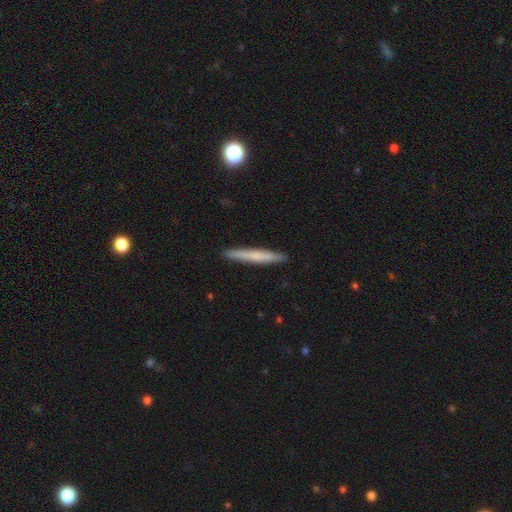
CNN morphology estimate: Smooth or featured: smooth — 62% (featured or disk — 32%)
How rounded: cigar-shaped — 96% (in between — 3%)
Merging: none — 91% (minor disturbance — 6%)